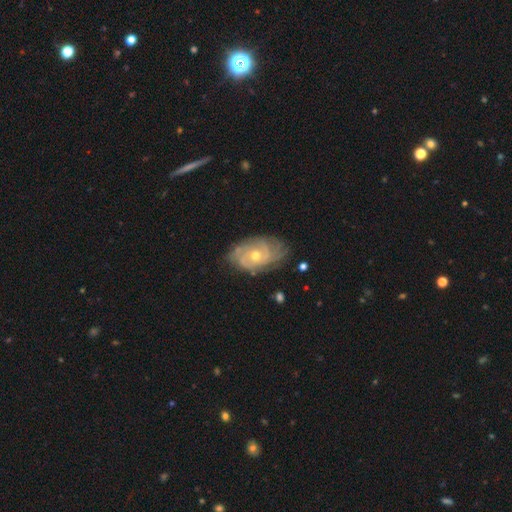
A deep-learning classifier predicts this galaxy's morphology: Overall: featured or disk (83%). Edge-on disk: no (96%). Bar: no (76%). Spiral arms: yes (93%). Spiral arm count: can't tell (39%; 2 21%). Spiral winding: tight (67%). Bulge size: moderate (55%; small 41%). Merging: none (71%).